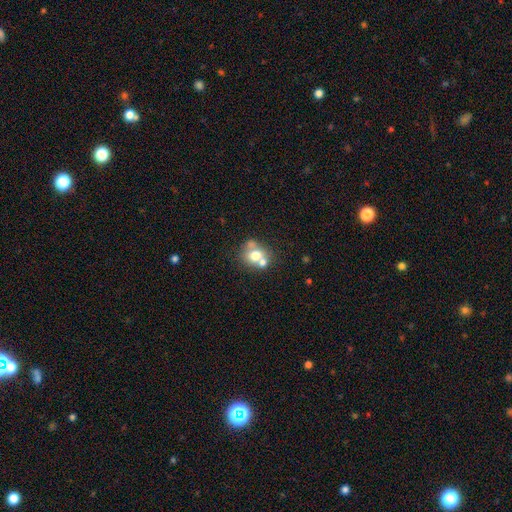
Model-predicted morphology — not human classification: A smooth galaxy with no disk features (65%) that is round (71%). Merging: merger (43%, tied with none).